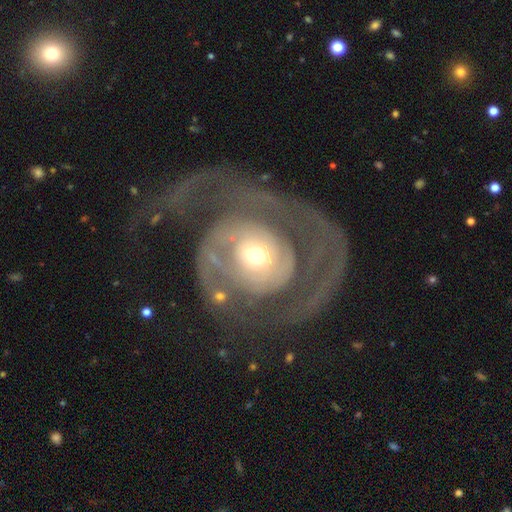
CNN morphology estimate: Q: Smooth or featured?
A: featured or disk (80%); runner-up: smooth (14%)
Q: Edge-on disk?
A: no (97%); runner-up: yes (3%)
Q: Bar?
A: no (77%); runner-up: weak (17%)
Q: Spiral arms?
A: yes (80%); runner-up: no (20%)
Q: Spiral winding?
A: tight (44%); runner-up: medium (34%)
Q: Spiral arm count?
A: 2 (40%); runner-up: 1 (24%)
Q: Bulge size?
A: moderate (54%); runner-up: small (33%)
Q: Merging?
A: major disturbance (45%); runner-up: none (38%)